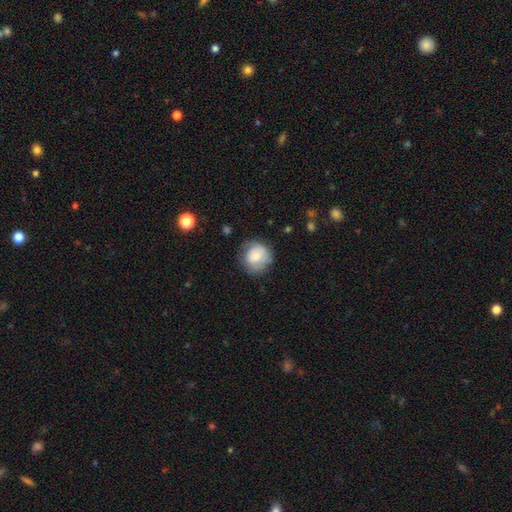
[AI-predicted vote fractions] This appears to be a smooth galaxy with no disk features (67%) that is round (84%). Merging: none (63%).